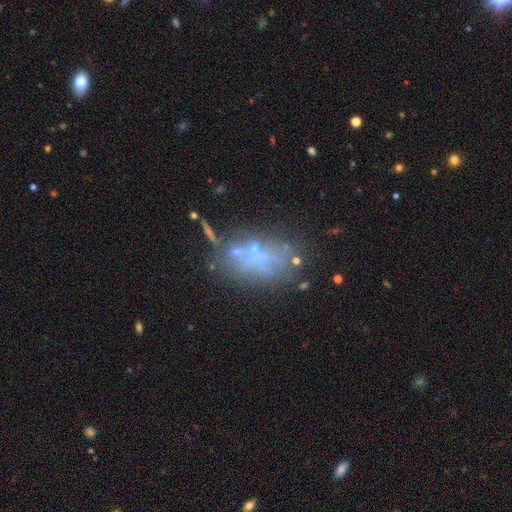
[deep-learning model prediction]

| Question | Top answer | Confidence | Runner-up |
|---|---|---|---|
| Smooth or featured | featured or disk | 42% | smooth (33%) |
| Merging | none | 50% | minor disturbance (18%) |